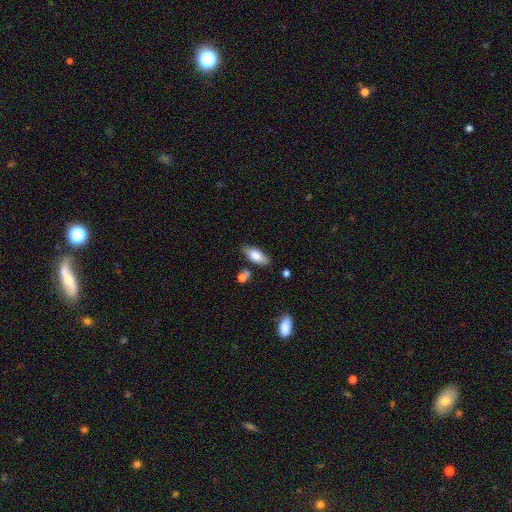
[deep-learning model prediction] smooth_or_featured: smooth (p=0.80) [alt: featured or disk p=0.13]
how_rounded: in between (p=0.82) [alt: cigar-shaped p=0.15]
merging: none (p=0.73) [alt: minor disturbance p=0.18]